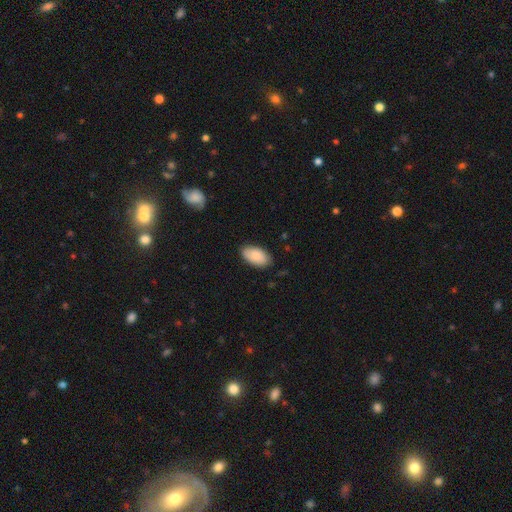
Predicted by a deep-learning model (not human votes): Smooth or featured? Predicted: smooth (p=0.86). How rounded? Predicted: in between (p=0.95). Merging? Predicted: none (p=0.82).